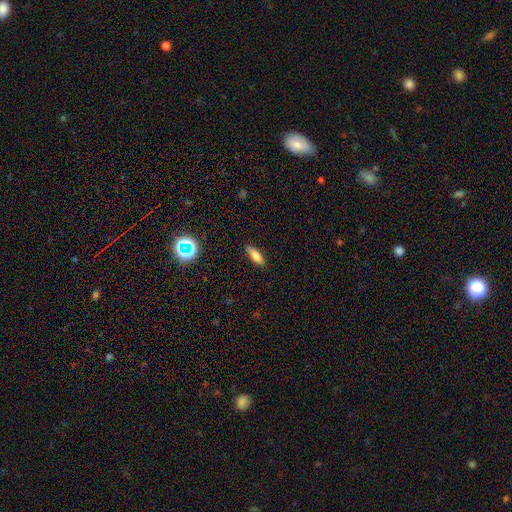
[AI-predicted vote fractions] Smooth or featured? smooth (75%)
How rounded? in between (63%)
Merging? none (85%)